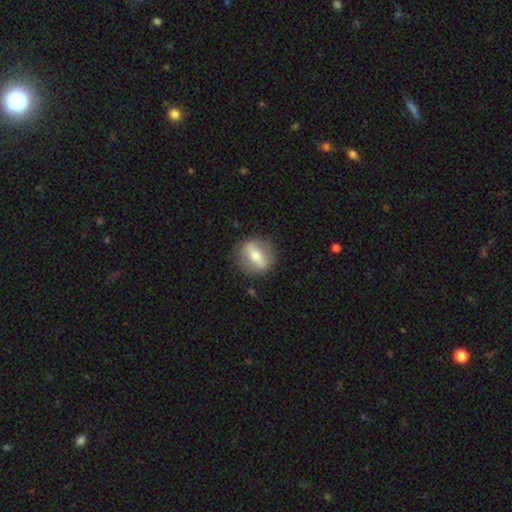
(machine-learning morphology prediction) A featured or disk galaxy (51%).

Vote fractions:
- Smooth or featured? featured or disk: 51% / smooth: 42% / star or artifact: 7%
- Edge-on disk? no: 61% / yes: 39%
- Merging? none: 84% / minor disturbance: 11% / major disturbance: 4% / merger: 1%